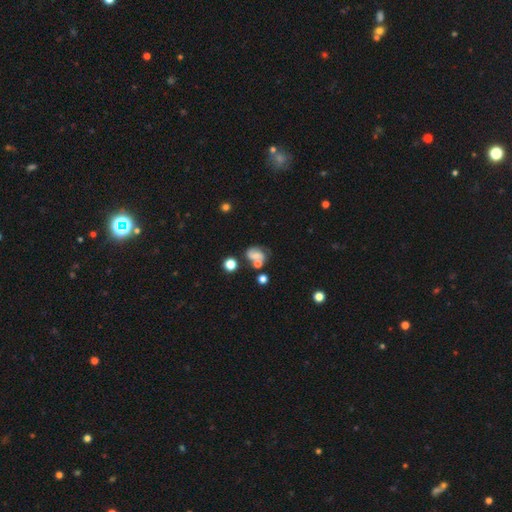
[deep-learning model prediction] The model was most divided on "bar": no: 49%, weak: 37%, strong: 14%. Remaining: edge-on disk — no (97%); spiral arms — yes (78%); smooth or featured — featured or disk (53%); merging — none (46%); bulge size — small (45%).